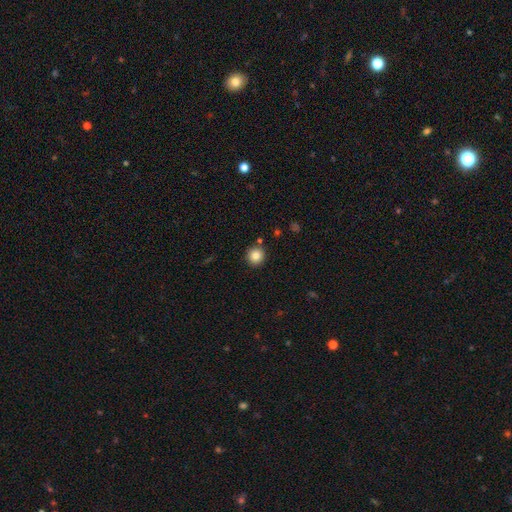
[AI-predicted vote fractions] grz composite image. It shows a smooth galaxy with no disk features (85%) that is round (94%). Merging: none (88%).